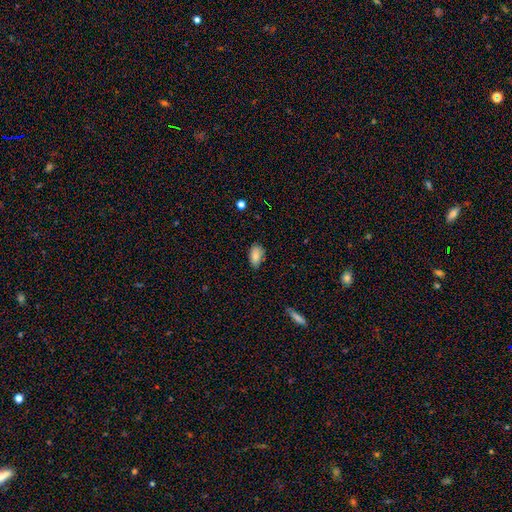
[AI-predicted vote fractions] Smooth or featured? Predicted: smooth (p=0.85). How rounded? Predicted: in between (p=0.92). Merging? Predicted: none (p=0.75).